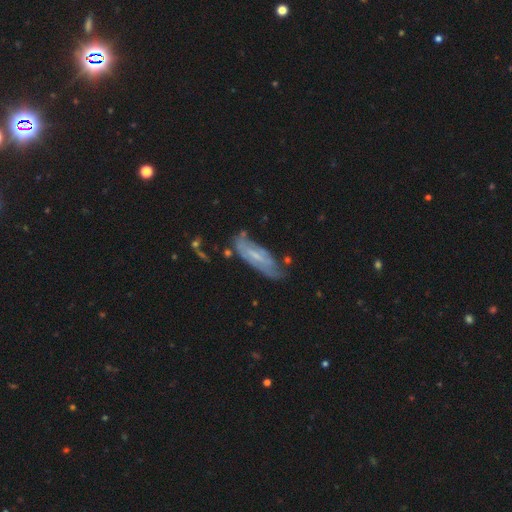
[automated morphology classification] featured or disk 66%, smooth 27%, star or artifact 7%. Down the decision tree: edge-on disk — no (79%); bar — weak (48%); spiral arms — yes (75%); bulge size — small (56%); merging — none (59%).